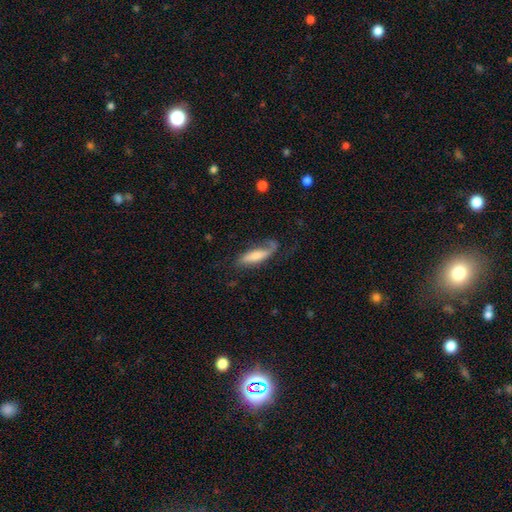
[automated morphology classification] smooth-or-featured: featured or disk: 52% | smooth: 40% | star or artifact: 8%
  disk-edge-on: no: 66% | yes: 34%
  merging: none: 50% | minor disturbance: 24% | major disturbance: 22% | merger: 3%